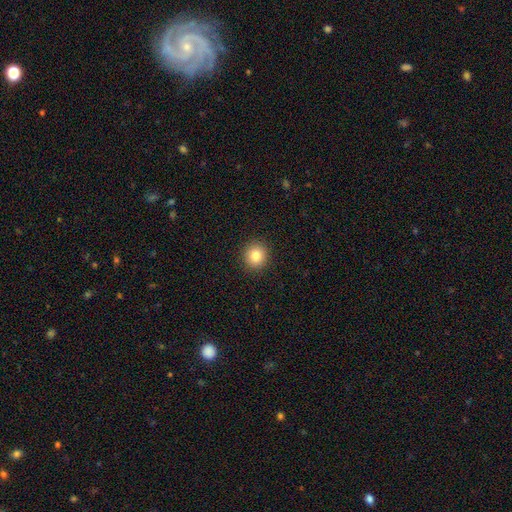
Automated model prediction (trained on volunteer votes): Smooth or featured? smooth (82%)
How rounded? round (90%)
Merging? none (92%)